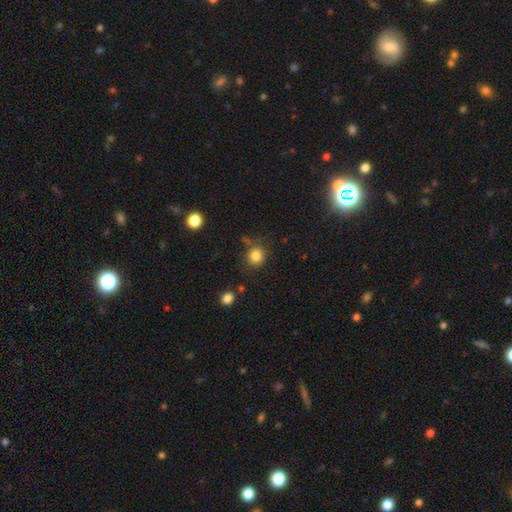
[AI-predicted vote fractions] Q: Smooth or featured?
A: smooth (84%); runner-up: star or artifact (11%)
Q: How rounded?
A: round (84%); runner-up: in between (15%)
Q: Merging?
A: none (76%); runner-up: minor disturbance (13%)